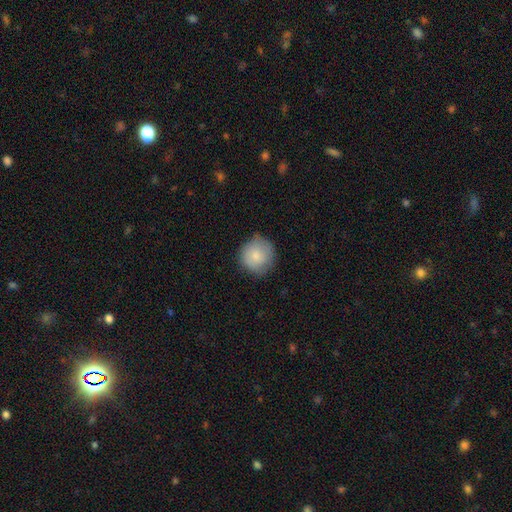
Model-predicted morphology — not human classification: The model was most divided on "merging": none: 72%, minor disturbance: 22%, major disturbance: 4%, merger: 1%. More confident: how rounded — round (92%); smooth or featured — smooth (81%).